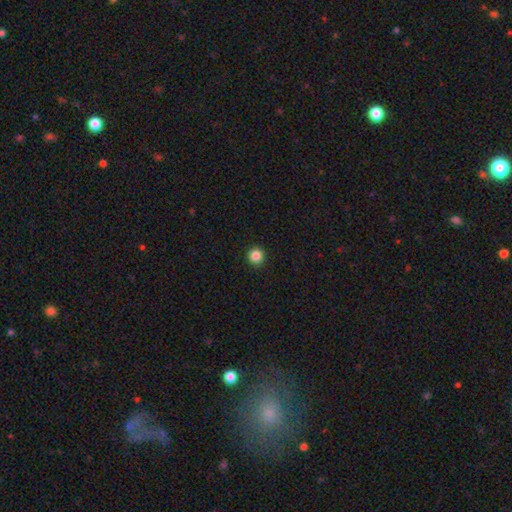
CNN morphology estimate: Smooth or featured? Predicted: smooth (p=0.86). How rounded? Predicted: round (p=0.96). Merging? Predicted: none (p=0.94).